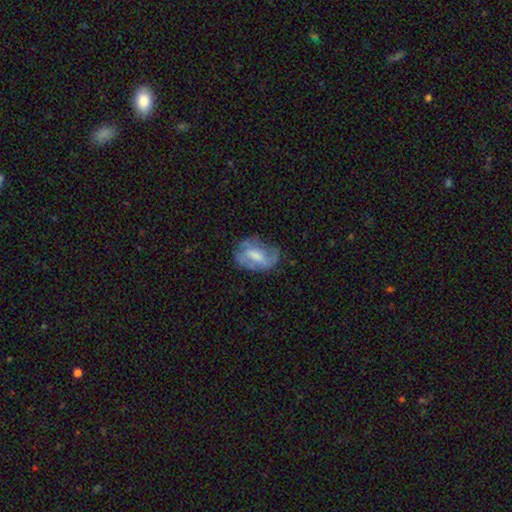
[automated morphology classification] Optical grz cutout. It shows a featured or disk galaxy (57%) with a weak bar (46%), spiral arms (67%) and a moderate central bulge (42%). Merging: none (52%).